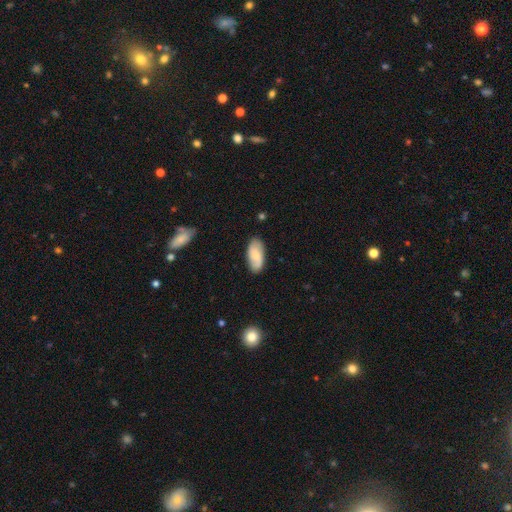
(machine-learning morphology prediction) Smooth or featured: smooth — 58% (featured or disk — 35%)
How rounded: in between — 92% (cigar-shaped — 5%)
Merging: none — 83% (minor disturbance — 13%)